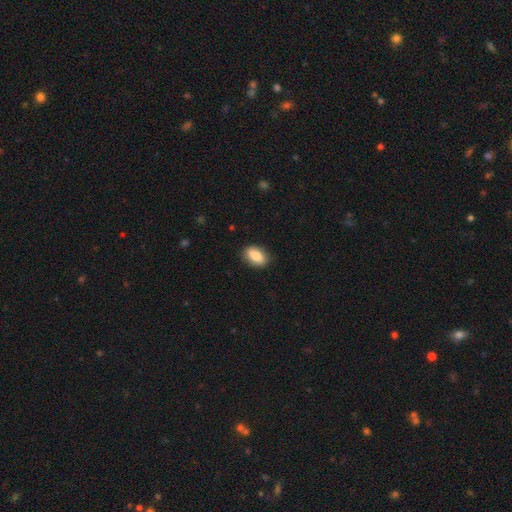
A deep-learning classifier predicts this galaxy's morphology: Smooth or featured: smooth — 83% (featured or disk — 10%)
How rounded: in between — 88% (round — 9%)
Merging: none — 87% (minor disturbance — 10%)